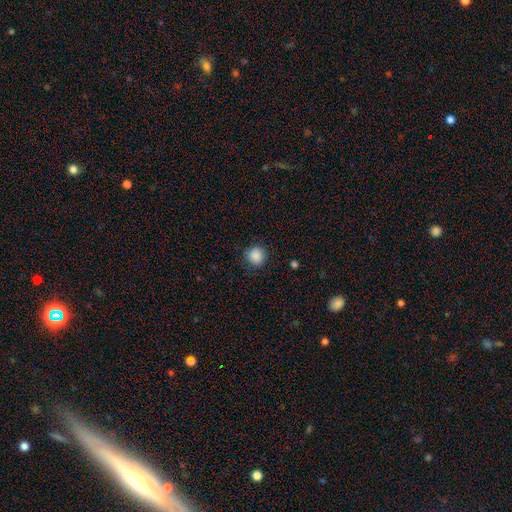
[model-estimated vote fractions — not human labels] Q: Smooth or featured?
A: smooth (88%); runner-up: star or artifact (9%)
Q: How rounded?
A: round (91%); runner-up: in between (8%)
Q: Merging?
A: none (86%); runner-up: minor disturbance (10%)